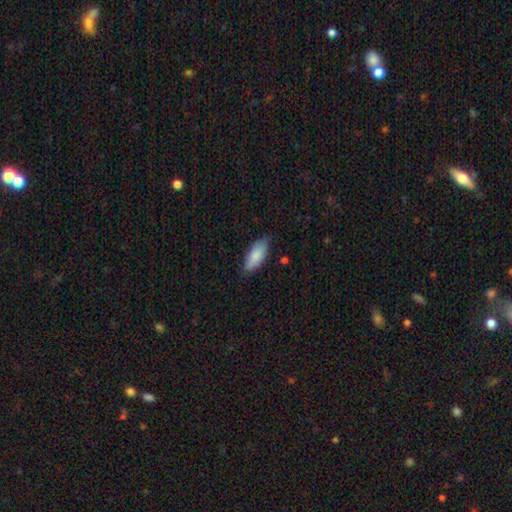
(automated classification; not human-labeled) smooth 83%, featured or disk 11%, star or artifact 6%. Down the decision tree: how rounded — in between (83%); merging — none (74%).